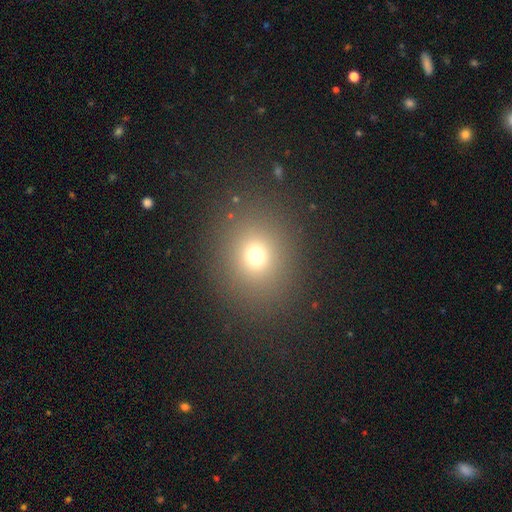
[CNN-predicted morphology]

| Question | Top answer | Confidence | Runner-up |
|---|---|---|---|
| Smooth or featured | smooth | 70% | star or artifact (21%) |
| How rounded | round | 72% | in between (27%) |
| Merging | none | 86% | minor disturbance (8%) |